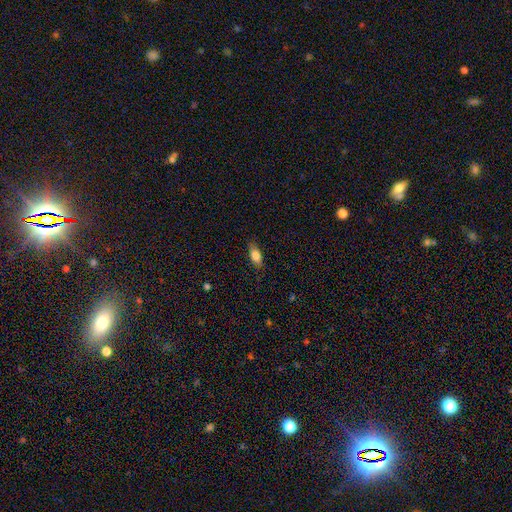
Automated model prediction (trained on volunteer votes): Smooth or featured: smooth — 80% (featured or disk — 12%)
How rounded: in between — 80% (cigar-shaped — 15%)
Merging: none — 82% (minor disturbance — 14%)